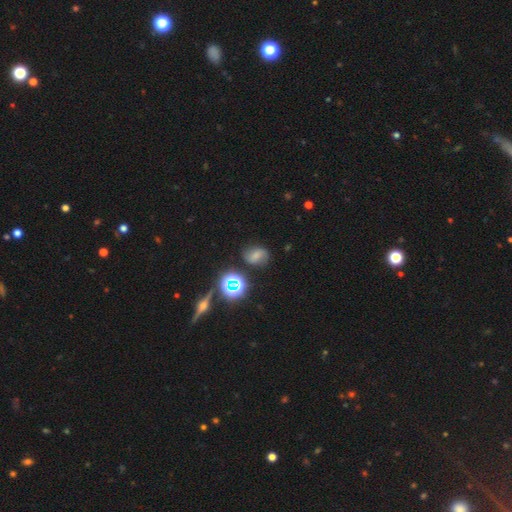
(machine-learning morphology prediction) Smooth or featured?
  - smooth: 46% *
  - featured or disk: 32%
  - star or artifact: 22%
Merging?
  - none: 71% *
  - minor disturbance: 19%
  - major disturbance: 7%
  - merger: 3%